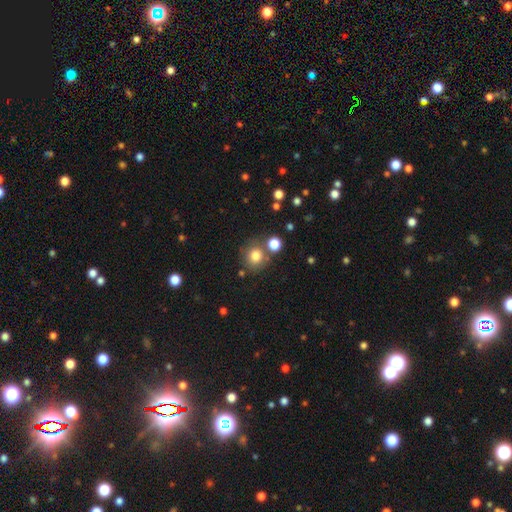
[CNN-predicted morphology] A smooth galaxy with no disk features (80%) that is round (88%). Merging: none (70%).